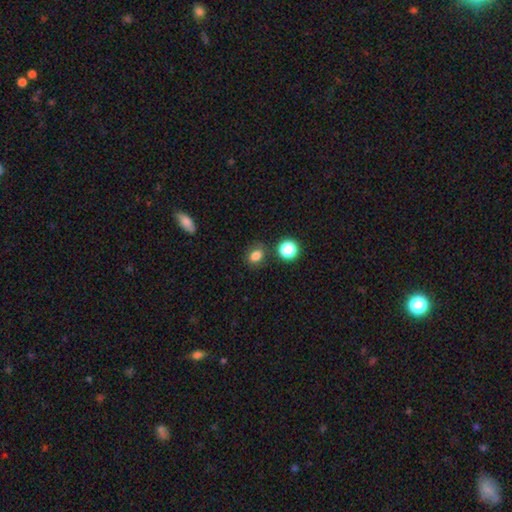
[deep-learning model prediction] smooth 80%, star or artifact 14%, featured or disk 7%. Down the decision tree: how rounded — in between (59%); merging — none (76%).